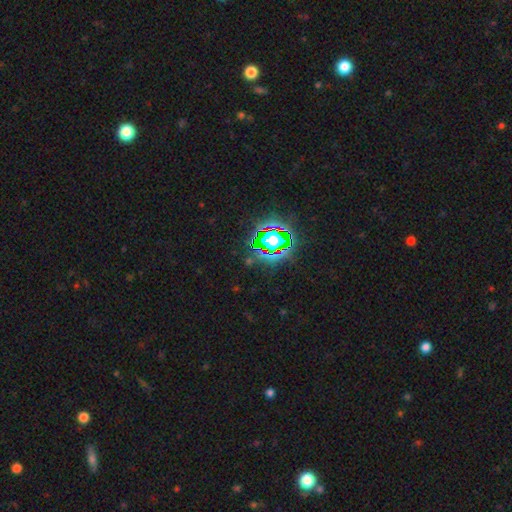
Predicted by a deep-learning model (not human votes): smooth_or_featured: star or artifact (p=0.83) [alt: smooth p=0.10]